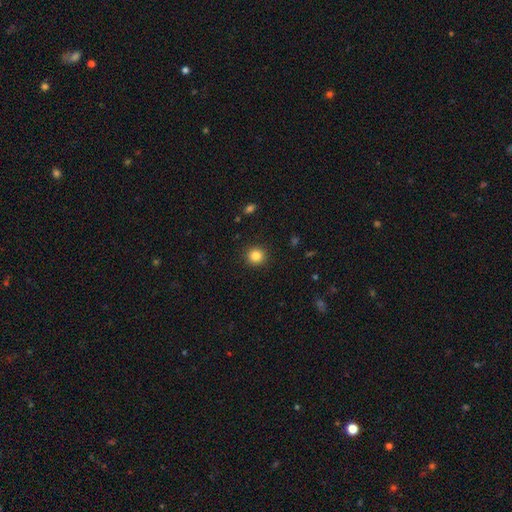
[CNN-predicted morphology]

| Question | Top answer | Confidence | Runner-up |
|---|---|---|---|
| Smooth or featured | smooth | 84% | star or artifact (11%) |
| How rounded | round | 93% | in between (6%) |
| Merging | none | 92% | minor disturbance (5%) |